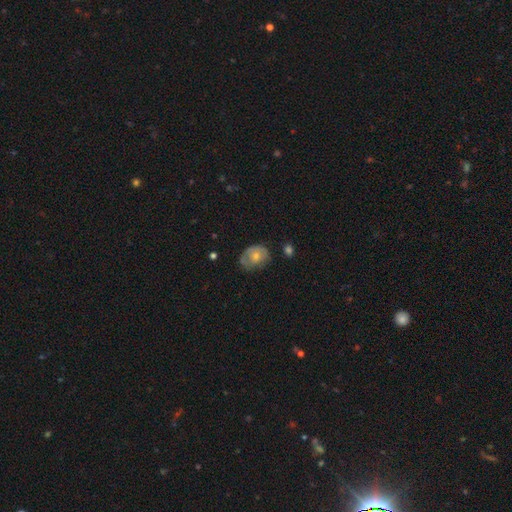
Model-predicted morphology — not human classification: Smooth or featured: smooth — 56% (featured or disk — 36%)
How rounded: in between — 58% (round — 41%)
Merging: none — 49% (minor disturbance — 35%)